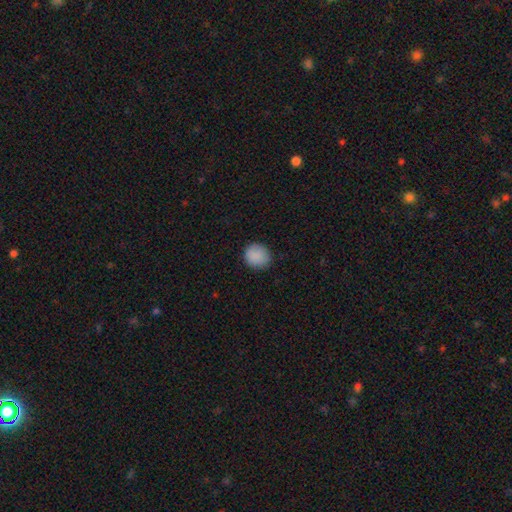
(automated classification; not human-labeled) The model was most divided on "how rounded": round: 85%, in between: 14%, cigar-shaped: 1%. More confident: smooth or featured — smooth (89%); merging — none (87%).